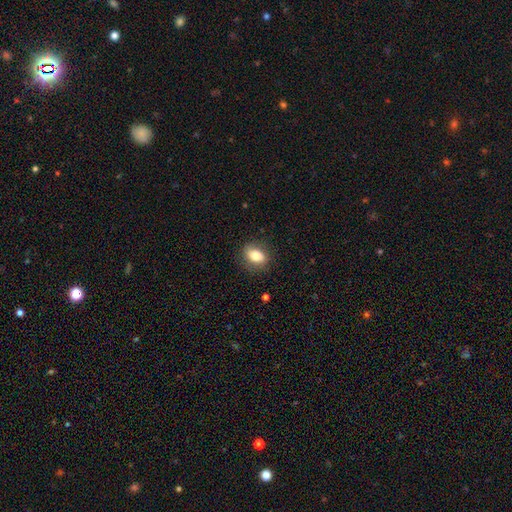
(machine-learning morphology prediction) The model was most divided on "how rounded": in between: 70%, round: 27%, cigar-shaped: 2%. More confident: merging — none (84%); smooth or featured — smooth (75%).